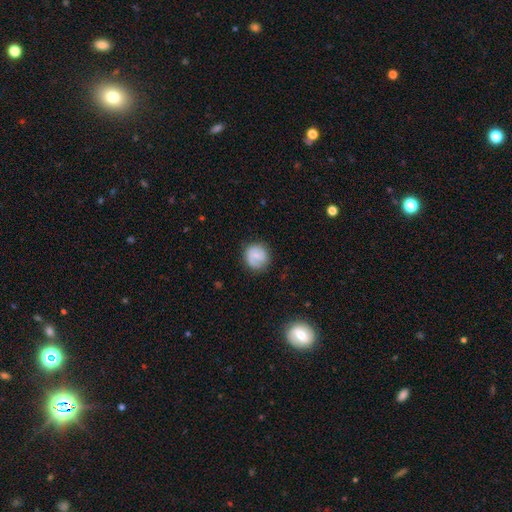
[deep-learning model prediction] smooth-or-featured: smooth: 59% | featured or disk: 34% | star or artifact: 8%
  how-rounded: round: 88% | in between: 11% | cigar-shaped: 1%
  merging: none: 78% | minor disturbance: 16% | major disturbance: 5% | merger: 1%